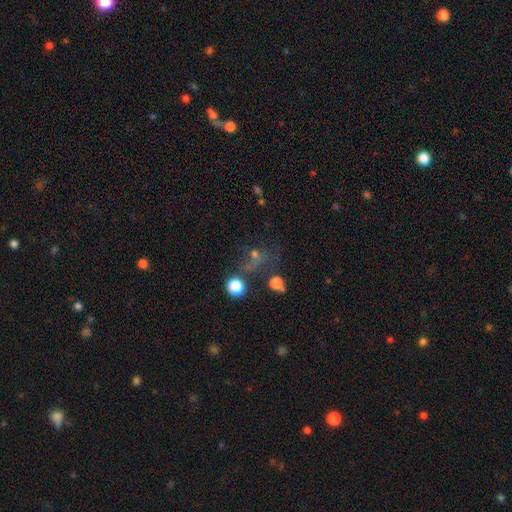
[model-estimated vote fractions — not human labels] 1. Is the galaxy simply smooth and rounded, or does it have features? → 45% star or artifact, 37% smooth, 19% featured or disk.